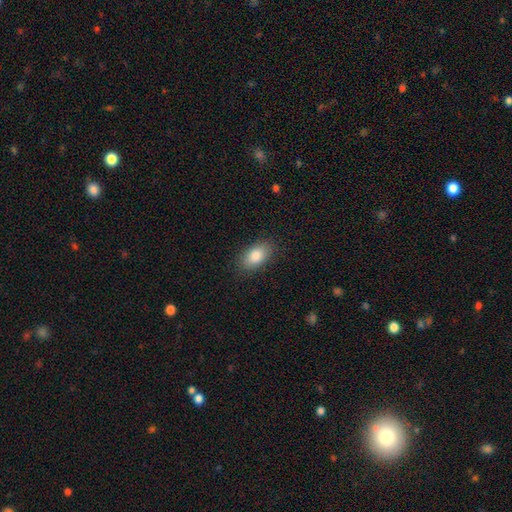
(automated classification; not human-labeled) smooth-or-featured: smooth: 84% | featured or disk: 9% | star or artifact: 7%
  how-rounded: in between: 91% | round: 6% | cigar-shaped: 3%
  merging: none: 86% | minor disturbance: 10% | major disturbance: 3% | merger: 1%